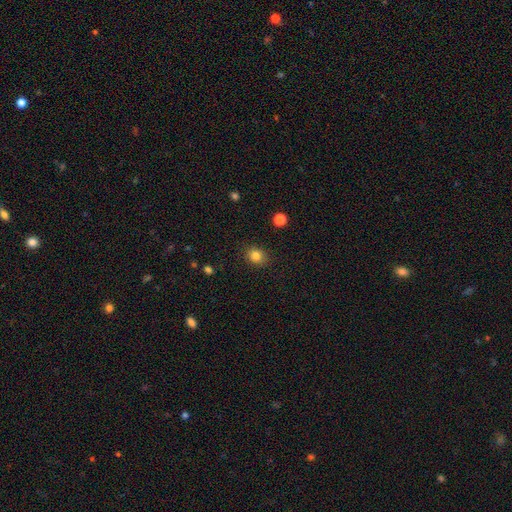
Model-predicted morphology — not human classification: Q: Smooth or featured?
A: smooth (83%); runner-up: star or artifact (11%)
Q: How rounded?
A: round (65%); runner-up: in between (34%)
Q: Merging?
A: none (88%); runner-up: minor disturbance (8%)